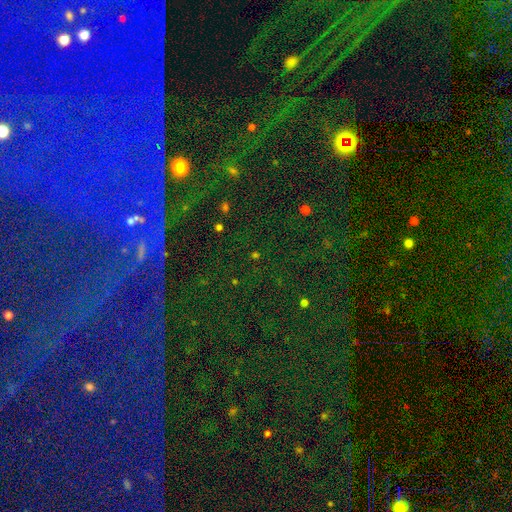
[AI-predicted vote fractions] star or artifact 69%, smooth 18%, featured or disk 13%.